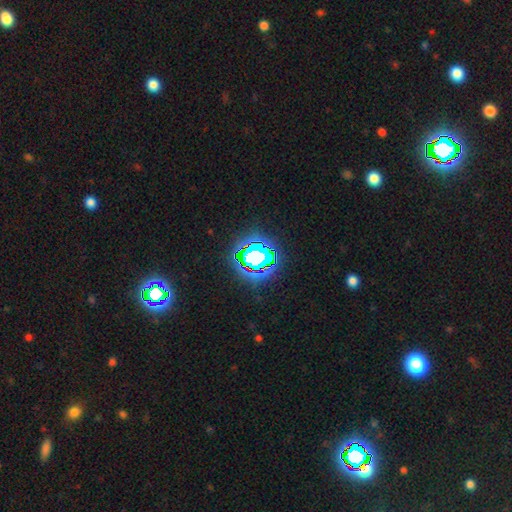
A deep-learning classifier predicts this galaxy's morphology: Overall: star or artifact (63%).